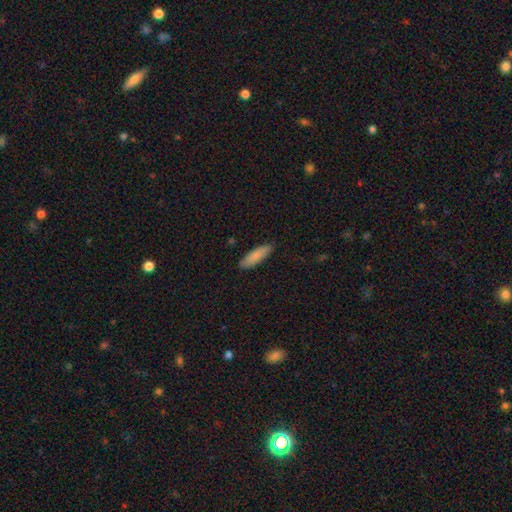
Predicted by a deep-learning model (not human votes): This is clearly a smooth galaxy (86%). How rounded: possibly cigar-shaped (57%). Merging: clearly none (89%).